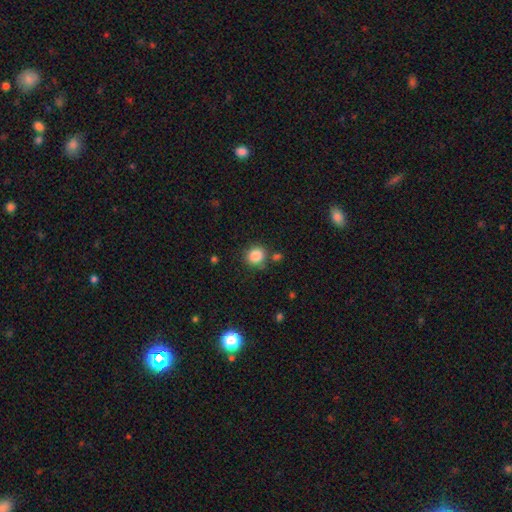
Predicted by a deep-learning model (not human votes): Overall: smooth (86%). How rounded: round (85%). Merging: none (77%).